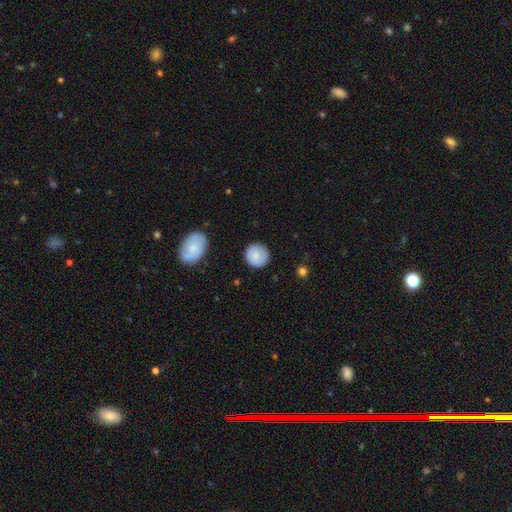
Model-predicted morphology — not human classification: Smooth or featured?
  - smooth: 82% *
  - featured or disk: 11%
  - star or artifact: 6%
How rounded?
  - round: 91% *
  - in between: 8%
  - cigar-shaped: 1%
Merging?
  - none: 87% *
  - minor disturbance: 9%
  - major disturbance: 2%
  - merger: 1%